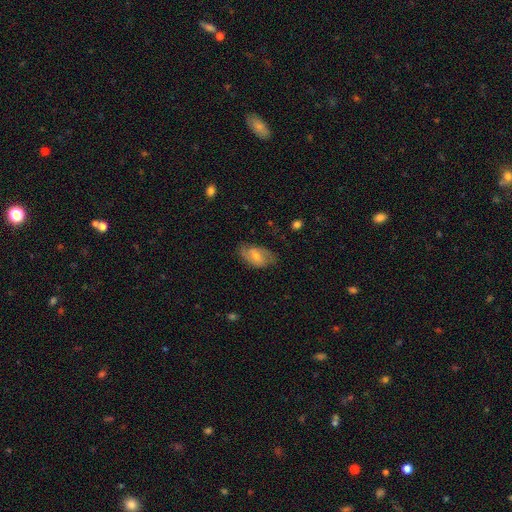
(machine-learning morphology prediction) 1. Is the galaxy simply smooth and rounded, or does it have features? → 54% featured or disk, 37% smooth, 9% star or artifact.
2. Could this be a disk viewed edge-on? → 93% no, 7% yes.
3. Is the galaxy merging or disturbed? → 72% none, 20% minor disturbance, 6% major disturbance, 1% merger.